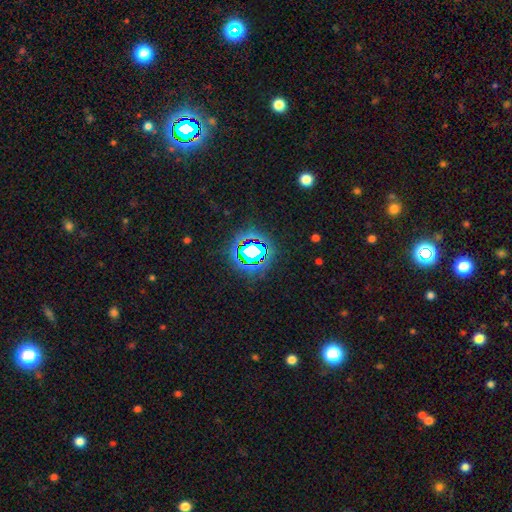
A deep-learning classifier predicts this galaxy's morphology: This appears to be a star or artifact, not a galaxy (73%).